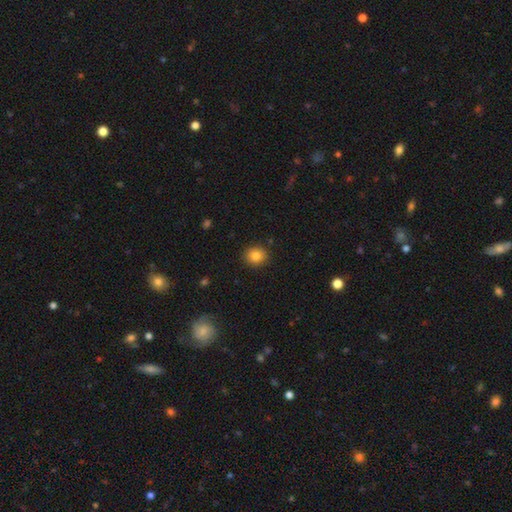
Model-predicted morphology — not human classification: Overall: smooth (84%). How rounded: round (82%). Merging: none (89%).